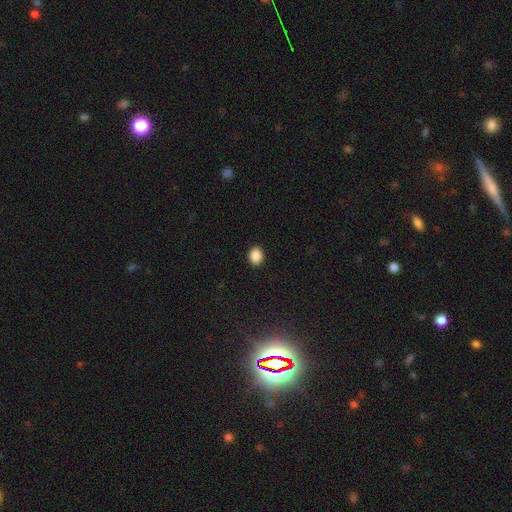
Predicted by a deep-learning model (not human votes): smooth-or-featured: smooth: 89% | star or artifact: 9% | featured or disk: 3%
  how-rounded: in between: 60% | round: 39% | cigar-shaped: 1%
  merging: none: 90% | minor disturbance: 7% | major disturbance: 2% | merger: 1%